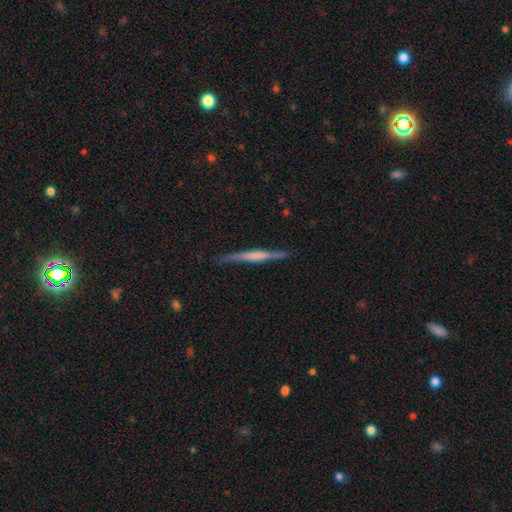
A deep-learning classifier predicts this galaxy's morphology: featured or disk 62%, smooth 32%, star or artifact 6%. Down the decision tree: edge-on disk — yes (97%); edge-on bulge — none (37%); merging — none (86%).